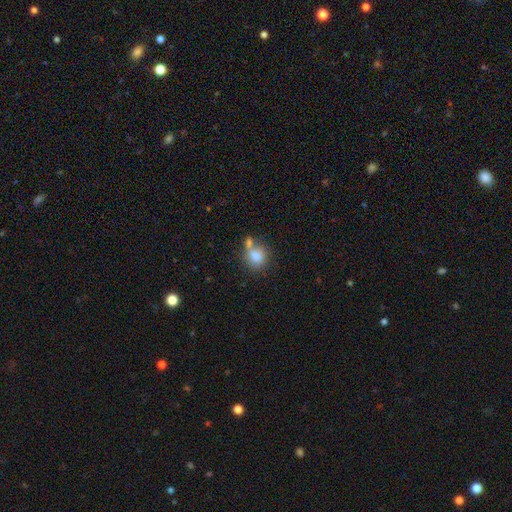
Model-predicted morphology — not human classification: Smooth or featured?
  - smooth: 77% *
  - featured or disk: 13%
  - star or artifact: 10%
How rounded?
  - round: 65% *
  - in between: 34%
  - cigar-shaped: 1%
Merging?
  - none: 46% *
  - merger: 31%
  - minor disturbance: 16%
  - major disturbance: 7%